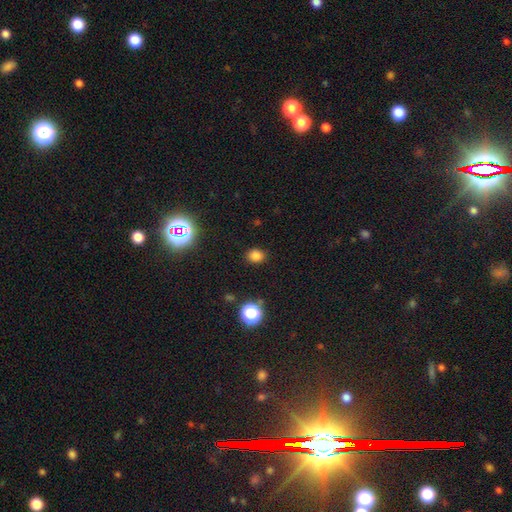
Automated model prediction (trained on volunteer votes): Smooth or featured: smooth — 79% (star or artifact — 17%)
How rounded: round — 54% (in between — 45%)
Merging: none — 87% (minor disturbance — 9%)